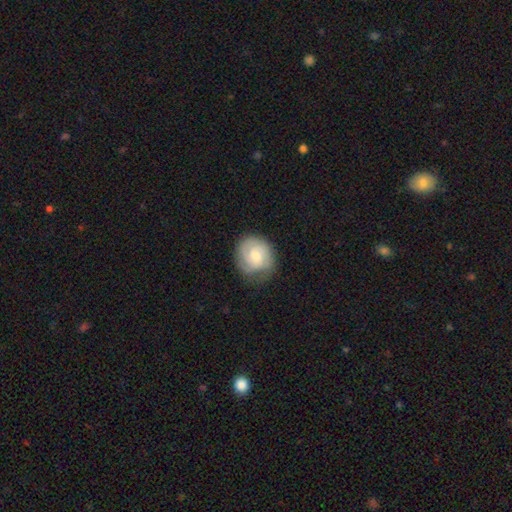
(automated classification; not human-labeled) This appears to be a featured or disk galaxy (64%) with no bar (56%), 2 (41%) tight (59%) spiral arms (92%) and a moderate central bulge (46%). Merging: none (71%).